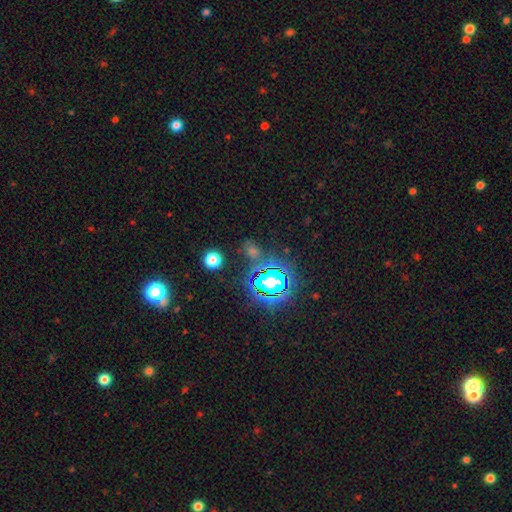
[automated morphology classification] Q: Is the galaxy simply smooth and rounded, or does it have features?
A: star or artifact — 60%.